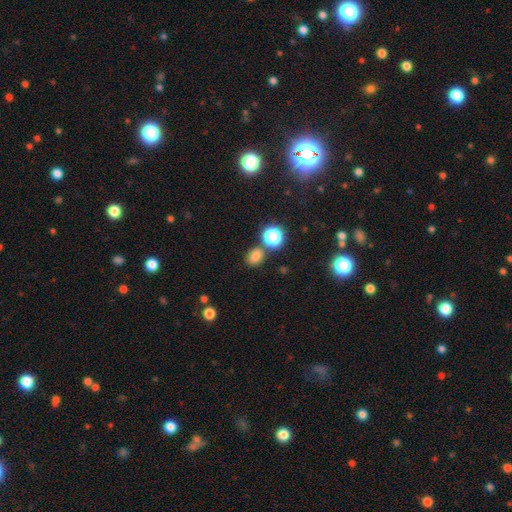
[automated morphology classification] Smooth or featured? Predicted: smooth (p=0.76). How rounded? Predicted: in between (p=0.54). Merging? Predicted: none (p=0.74).